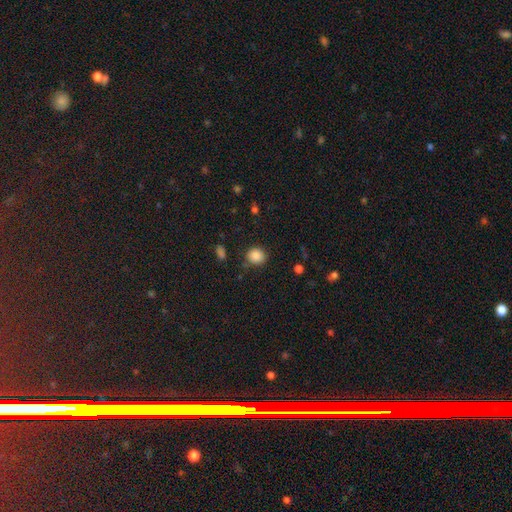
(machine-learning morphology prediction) Smooth or featured?
  - smooth: 86% *
  - star or artifact: 10%
  - featured or disk: 4%
How rounded?
  - round: 79% *
  - in between: 20%
  - cigar-shaped: 1%
Merging?
  - none: 82% *
  - minor disturbance: 12%
  - major disturbance: 4%
  - merger: 2%